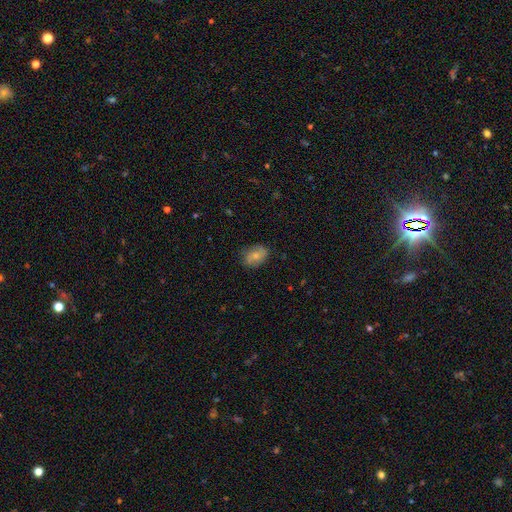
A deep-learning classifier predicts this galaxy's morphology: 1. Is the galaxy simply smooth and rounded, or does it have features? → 62% smooth, 30% featured or disk, 8% star or artifact.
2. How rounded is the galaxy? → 75% in between, 24% round, 2% cigar-shaped.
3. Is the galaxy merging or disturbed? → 79% none, 16% minor disturbance, 4% major disturbance, 1% merger.